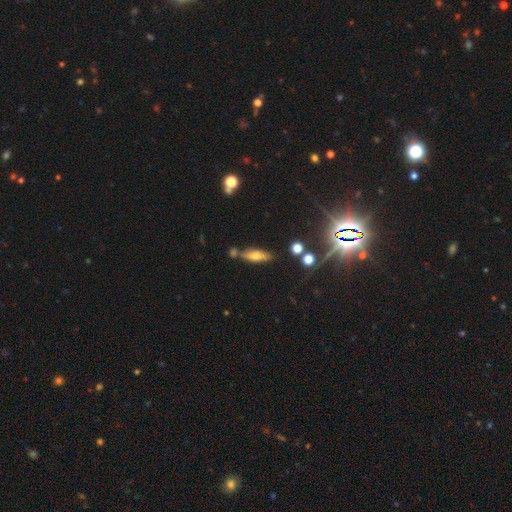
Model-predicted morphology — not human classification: A smooth galaxy with no disk features (62%) that is in between round and cigar-shaped (54%).

Vote fractions:
- Smooth or featured? smooth: 62% / featured or disk: 29% / star or artifact: 10%
- How rounded? in between: 54% / cigar-shaped: 43% / round: 3%
- Merging? none: 68% / minor disturbance: 15% / merger: 13% / major disturbance: 4%